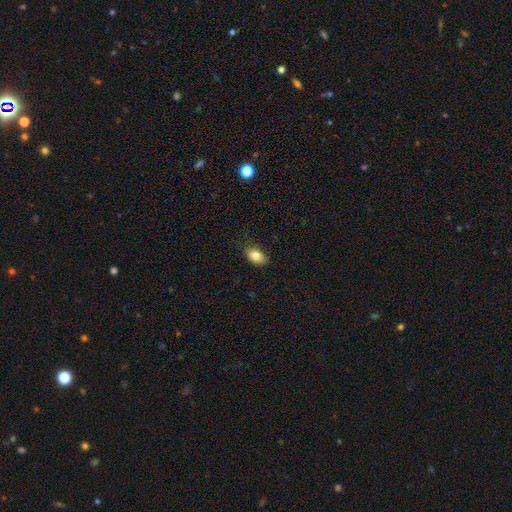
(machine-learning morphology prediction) smooth 82%, featured or disk 9%, star or artifact 9%. Down the decision tree: how rounded — in between (86%); merging — none (79%).